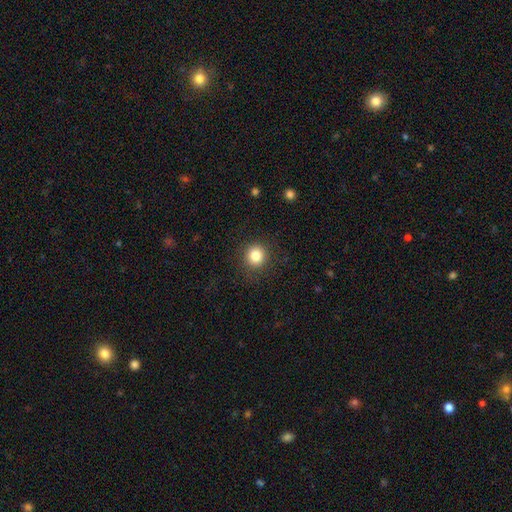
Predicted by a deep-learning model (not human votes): This appears to be a smooth galaxy with no disk features (83%) that is round (91%). Merging: none (89%).